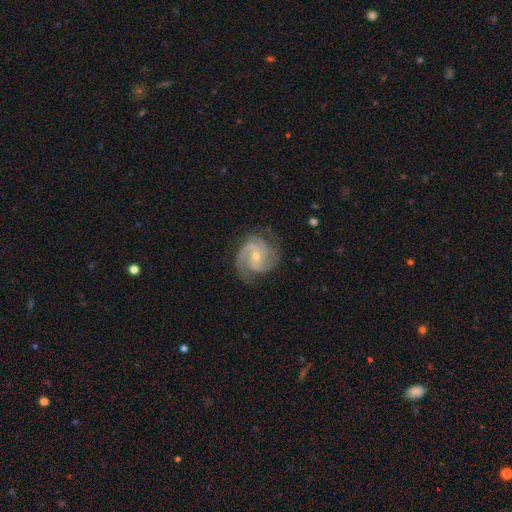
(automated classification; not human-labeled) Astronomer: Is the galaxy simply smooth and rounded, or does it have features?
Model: featured or disk — 91%.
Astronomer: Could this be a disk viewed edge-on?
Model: no — 98%.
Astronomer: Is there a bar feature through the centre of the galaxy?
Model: no — 59%.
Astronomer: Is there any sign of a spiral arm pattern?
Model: yes — 98%.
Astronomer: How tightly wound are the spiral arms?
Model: tight — 46%, tied with medium at 46%.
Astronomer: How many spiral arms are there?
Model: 3 — 49% (runner-up: 2, 30%).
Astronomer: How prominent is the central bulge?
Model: small — 56% (runner-up: moderate, 41%).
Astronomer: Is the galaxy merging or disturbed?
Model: none — 75%.